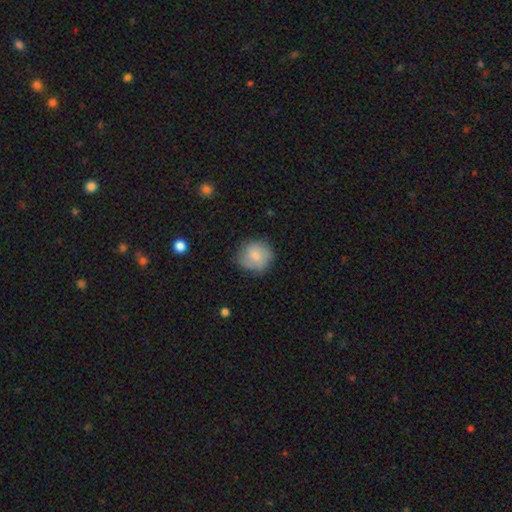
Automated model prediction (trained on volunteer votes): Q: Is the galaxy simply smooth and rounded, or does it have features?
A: smooth — 78%.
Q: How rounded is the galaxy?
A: round — 84%.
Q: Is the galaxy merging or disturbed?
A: none — 69%.